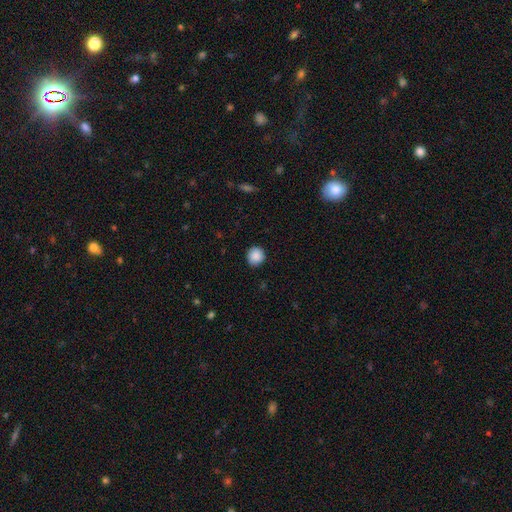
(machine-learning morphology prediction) A smooth galaxy with no disk features (88%) that is round (91%).

Vote fractions:
- Smooth or featured? smooth: 88% / star or artifact: 8% / featured or disk: 3%
- How rounded? round: 91% / in between: 8% / cigar-shaped: 1%
- Merging? none: 88% / minor disturbance: 9% / major disturbance: 2% / merger: 1%